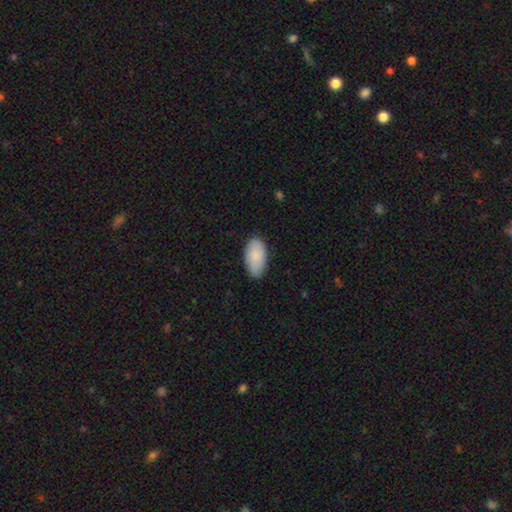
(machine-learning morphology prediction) The model was most divided on "merging": none: 83%, minor disturbance: 13%, major disturbance: 2%, merger: 1%. More confident: how rounded — in between (96%); smooth or featured — smooth (88%).